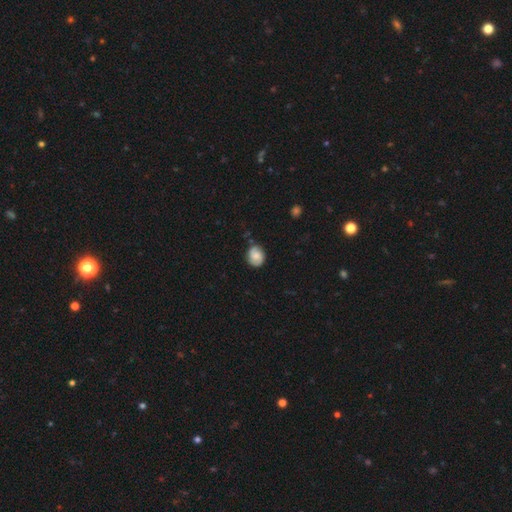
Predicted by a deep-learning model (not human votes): A smooth galaxy with no disk features (67%) that is round (59%). Merging: none (73%).